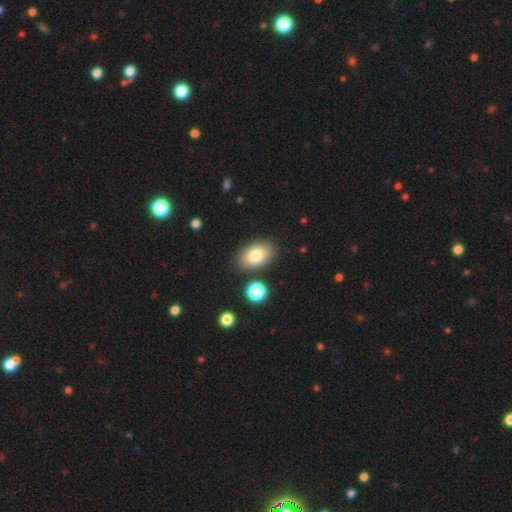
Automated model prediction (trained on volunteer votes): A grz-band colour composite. It shows a smooth galaxy with no disk features (82%) that is in between round and cigar-shaped (90%). Merging: none (83%).